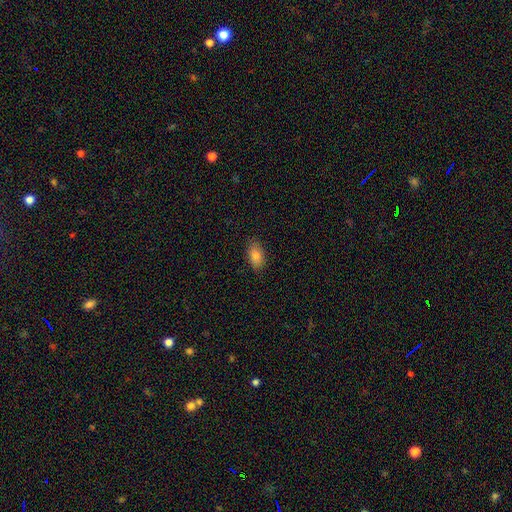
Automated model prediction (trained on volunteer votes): Smooth or featured: smooth — 83% (featured or disk — 9%)
How rounded: in between — 91% (round — 5%)
Merging: none — 87% (minor disturbance — 10%)